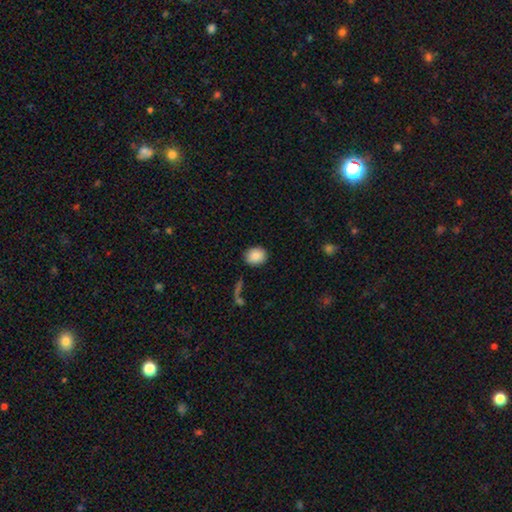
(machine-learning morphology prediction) The model was most divided on "how rounded": round: 58%, in between: 41%, cigar-shaped: 1%. More confident: smooth or featured — smooth (88%); merging — none (86%).